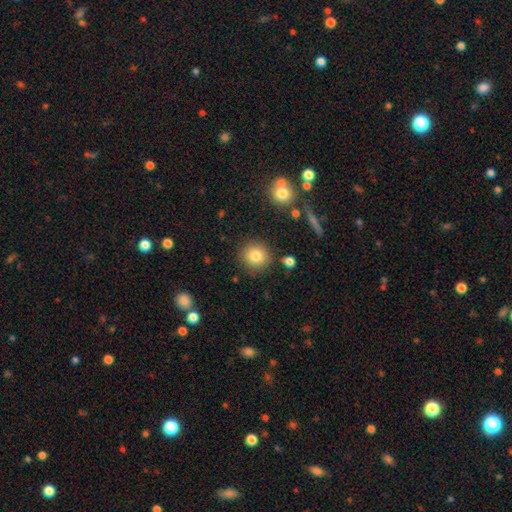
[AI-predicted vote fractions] Smooth or featured? Predicted: smooth (p=0.82). How rounded? Predicted: round (p=0.91). Merging? Predicted: none (p=0.86).